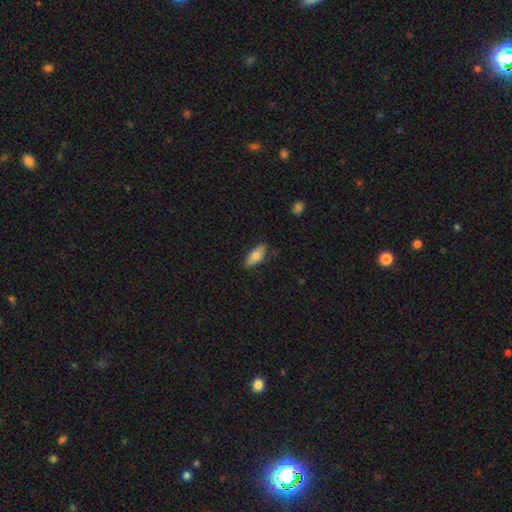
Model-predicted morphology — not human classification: This appears to be a smooth galaxy with no disk features (72%) that is in between round and cigar-shaped (79%). Merging: none (82%).